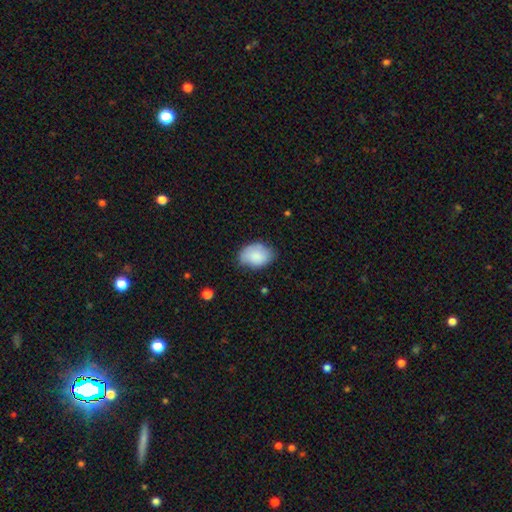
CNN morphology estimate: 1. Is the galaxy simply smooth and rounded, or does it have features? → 86% smooth, 7% featured or disk, 6% star or artifact.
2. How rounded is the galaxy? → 79% in between, 20% round, 1% cigar-shaped.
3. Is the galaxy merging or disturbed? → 65% none, 28% minor disturbance, 5% major disturbance, 2% merger.